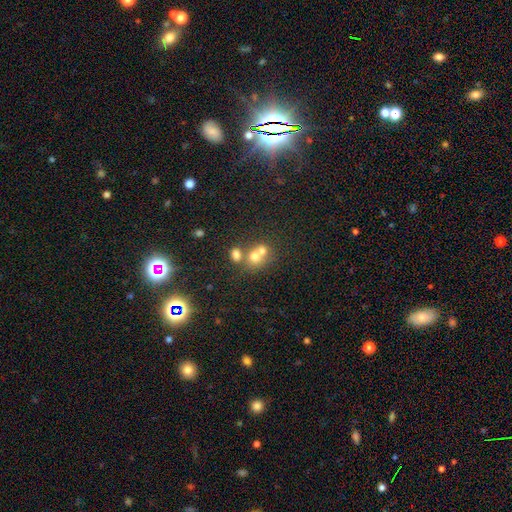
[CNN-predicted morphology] A smooth galaxy with no disk features (61%) that is round (72%). Merging: merger (57%).